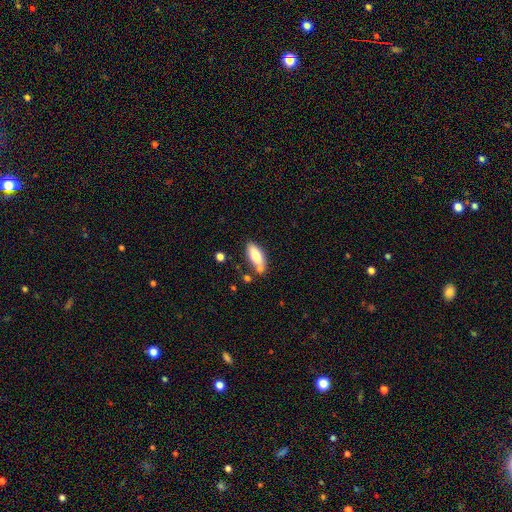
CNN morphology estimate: type=smooth (77%); roundness=in between (82%); merging=none (63%).